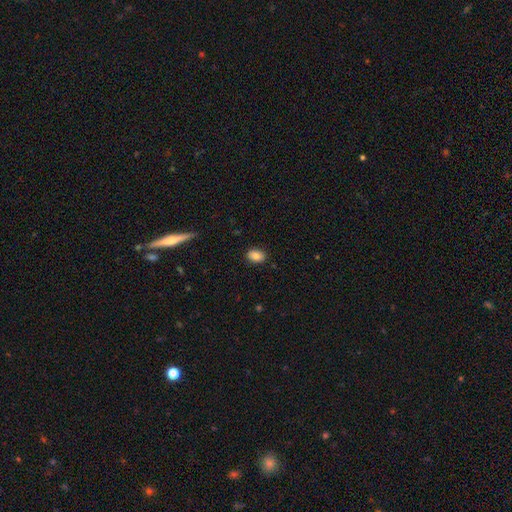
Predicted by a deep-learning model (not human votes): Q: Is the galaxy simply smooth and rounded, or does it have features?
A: smooth — 83%.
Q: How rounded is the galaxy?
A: in between — 80%.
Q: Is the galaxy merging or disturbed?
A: none — 88%.